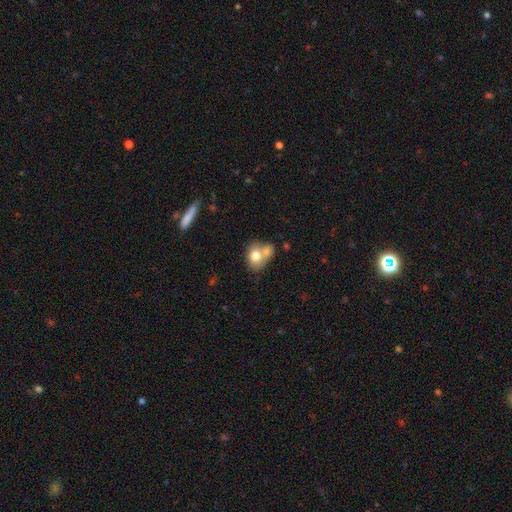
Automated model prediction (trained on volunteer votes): This is likely a smooth galaxy (73%). How rounded: possibly round (50%). Merging: possibly merger (53%).